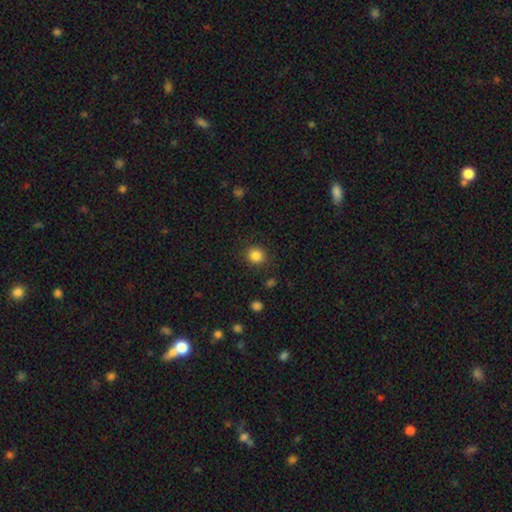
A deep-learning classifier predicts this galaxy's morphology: type=smooth (85%); roundness=round (85%); merging=none (89%).